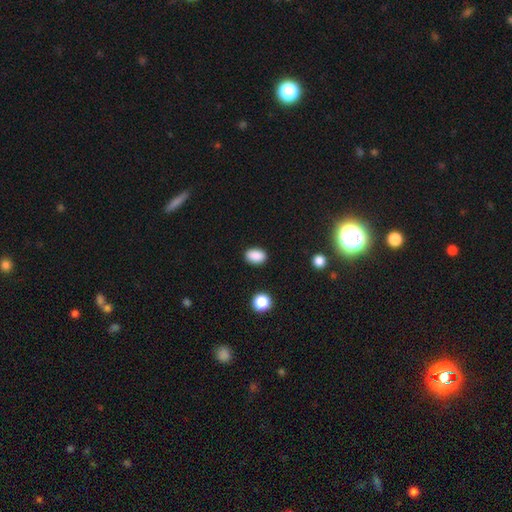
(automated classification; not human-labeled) Smooth or featured?
  - smooth: 88% *
  - star or artifact: 9%
  - featured or disk: 3%
How rounded?
  - in between: 84% *
  - round: 15%
  - cigar-shaped: 1%
Merging?
  - none: 88% *
  - minor disturbance: 9%
  - major disturbance: 2%
  - merger: 1%